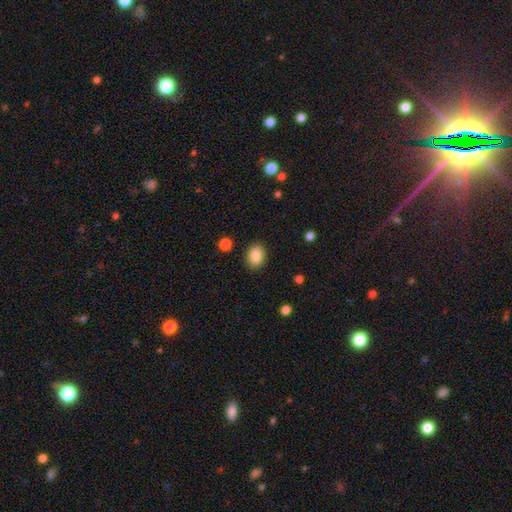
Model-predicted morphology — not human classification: This is clearly a smooth galaxy (87%). How rounded: likely in between (68%). Merging: clearly none (89%).